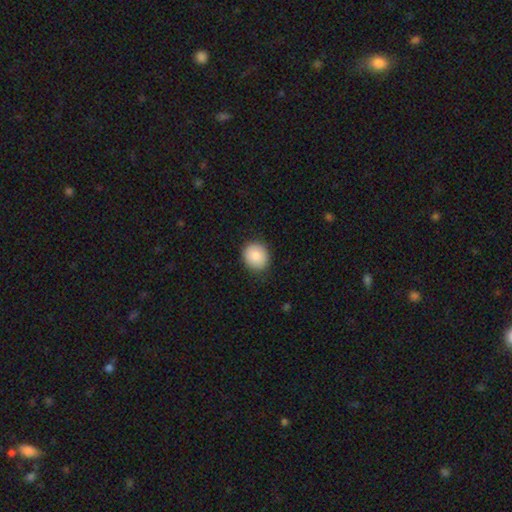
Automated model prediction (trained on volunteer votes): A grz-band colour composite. It shows a smooth galaxy with no disk features (84%) that is round (81%). Merging: none (87%).